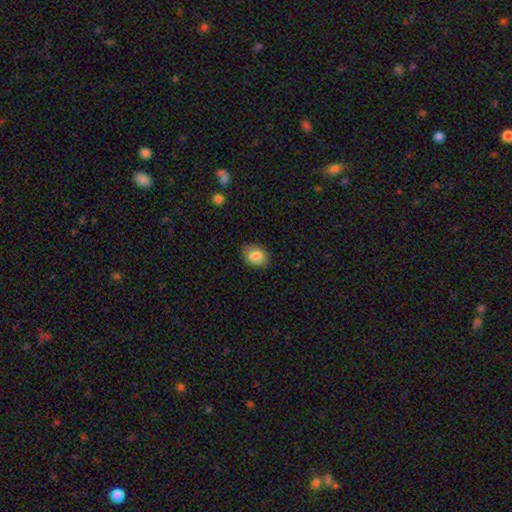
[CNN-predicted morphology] This is clearly a smooth galaxy (85%). How rounded: likely in between (67%). Merging: clearly none (86%).